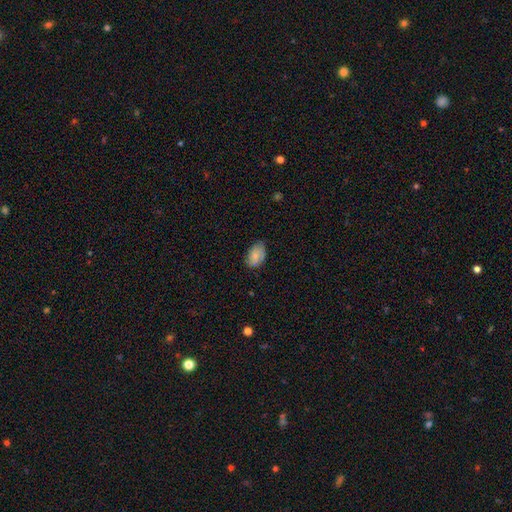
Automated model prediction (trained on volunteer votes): A smooth galaxy with no disk features (80%) that is in between round and cigar-shaped (90%).

Vote fractions:
- Smooth or featured? smooth: 80% / featured or disk: 13% / star or artifact: 7%
- How rounded? in between: 90% / round: 9% / cigar-shaped: 1%
- Merging? none: 66% / minor disturbance: 28% / major disturbance: 5% / merger: 1%